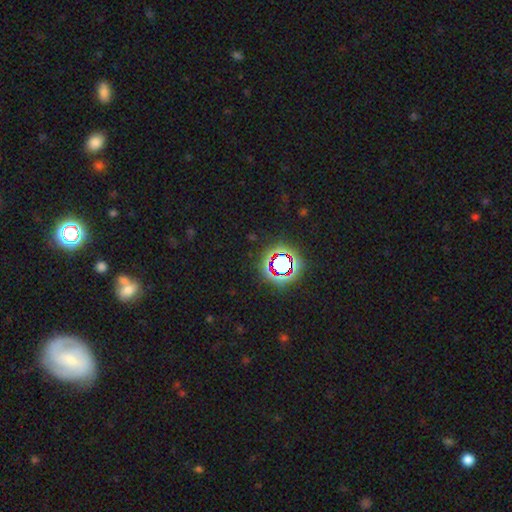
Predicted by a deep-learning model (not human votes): Smooth or featured: star or artifact — 78% (smooth — 13%)